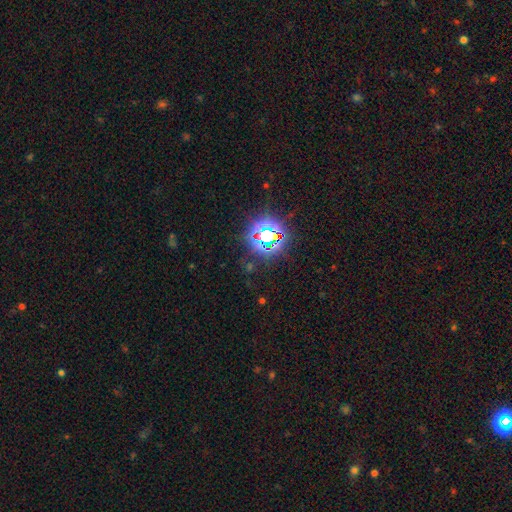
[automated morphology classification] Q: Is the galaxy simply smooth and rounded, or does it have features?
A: star or artifact — 80%.